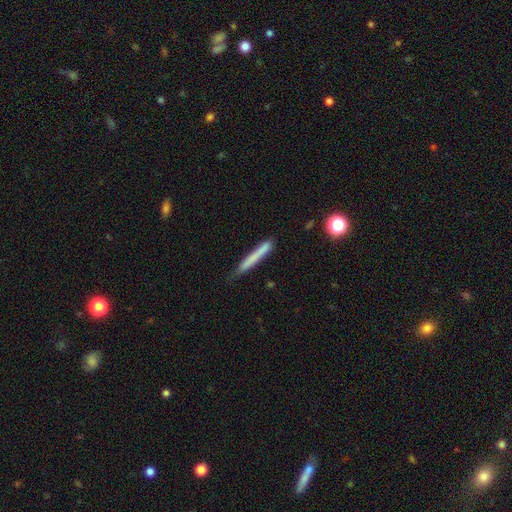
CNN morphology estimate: smooth-or-featured: smooth: 69% | featured or disk: 24% | star or artifact: 7%
  how-rounded: cigar-shaped: 96% | in between: 2% | round: 1%
  merging: none: 73% | minor disturbance: 20% | major disturbance: 4% | merger: 3%